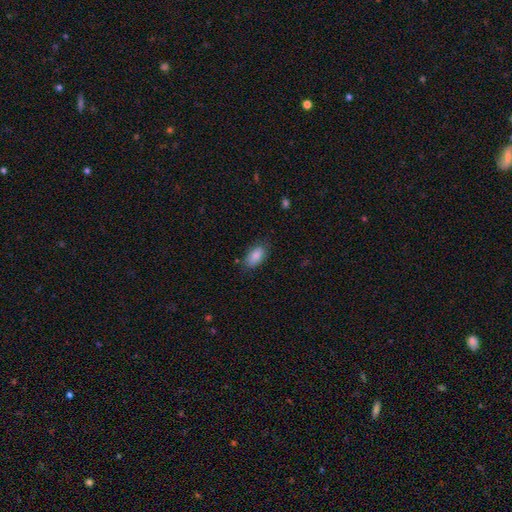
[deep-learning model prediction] Smooth or featured?
  - smooth: 87% *
  - star or artifact: 7%
  - featured or disk: 6%
How rounded?
  - in between: 92% *
  - cigar-shaped: 4%
  - round: 4%
Merging?
  - none: 78% *
  - minor disturbance: 17%
  - major disturbance: 4%
  - merger: 2%